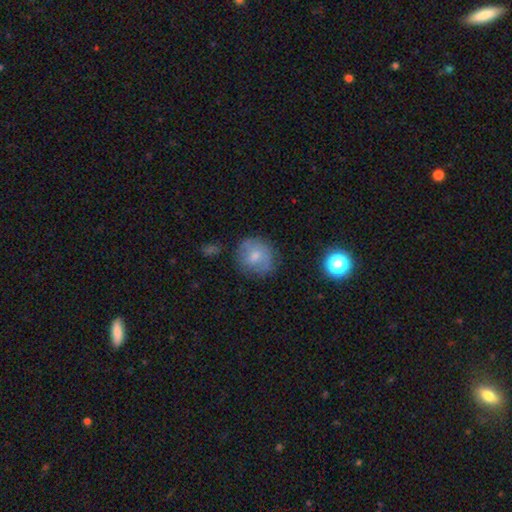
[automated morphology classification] Smooth or featured? smooth (64%)
How rounded? round (82%)
Merging? none (68%)